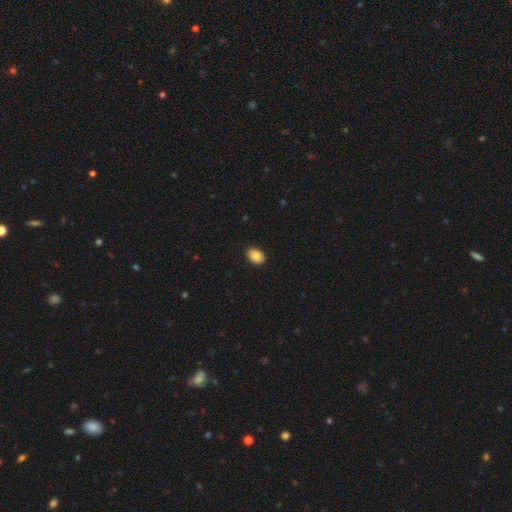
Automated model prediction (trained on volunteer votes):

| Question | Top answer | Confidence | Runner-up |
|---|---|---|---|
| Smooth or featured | smooth | 86% | star or artifact (8%) |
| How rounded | in between | 80% | round (19%) |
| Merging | none | 90% | minor disturbance (8%) |